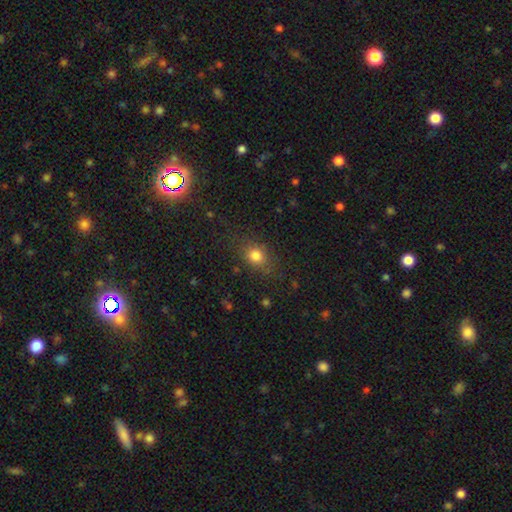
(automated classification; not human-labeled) Q: Smooth or featured?
A: smooth (79%); runner-up: star or artifact (13%)
Q: How rounded?
A: round (51%); runner-up: in between (47%)
Q: Merging?
A: none (78%); runner-up: minor disturbance (14%)